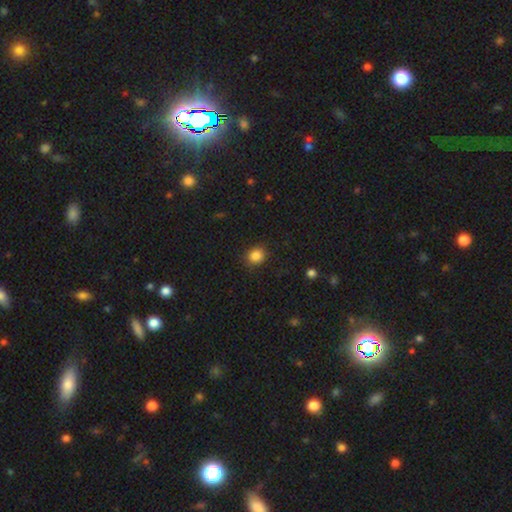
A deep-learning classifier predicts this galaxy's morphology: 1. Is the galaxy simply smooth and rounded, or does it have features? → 85% smooth, 11% star or artifact, 4% featured or disk.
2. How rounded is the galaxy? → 76% round, 24% in between, 1% cigar-shaped.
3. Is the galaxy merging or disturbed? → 85% none, 11% minor disturbance, 3% major disturbance, 1% merger.